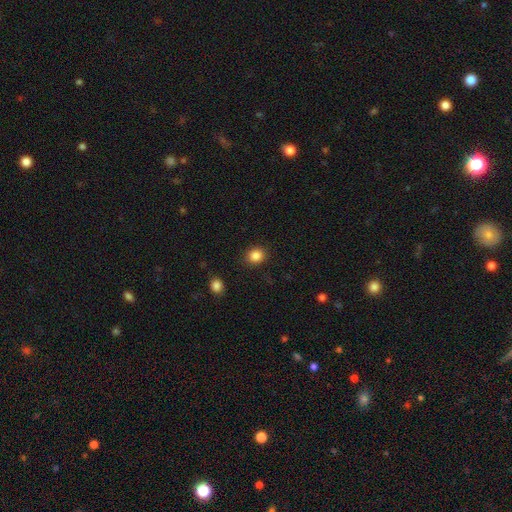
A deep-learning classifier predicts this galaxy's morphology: Overall: smooth (85%). How rounded: round (73%). Merging: none (89%).